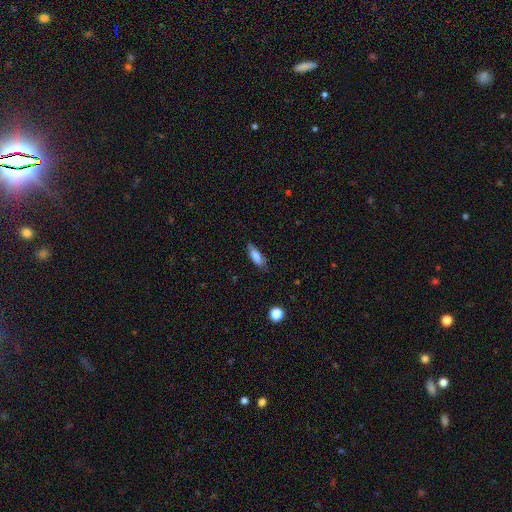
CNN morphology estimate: Overall: smooth (79%). How rounded: in between (62%; cigar-shaped 35%). Merging: none (73%).